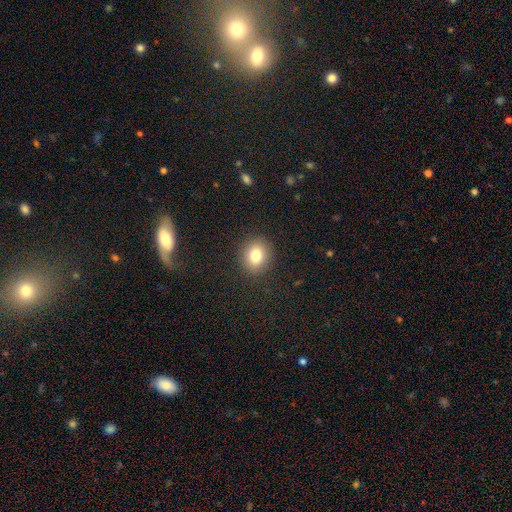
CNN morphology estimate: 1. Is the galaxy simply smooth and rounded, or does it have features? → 80% smooth, 11% star or artifact, 9% featured or disk.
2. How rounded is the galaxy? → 71% round, 28% in between, 1% cigar-shaped.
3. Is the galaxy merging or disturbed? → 89% none, 7% minor disturbance, 3% major disturbance, 1% merger.